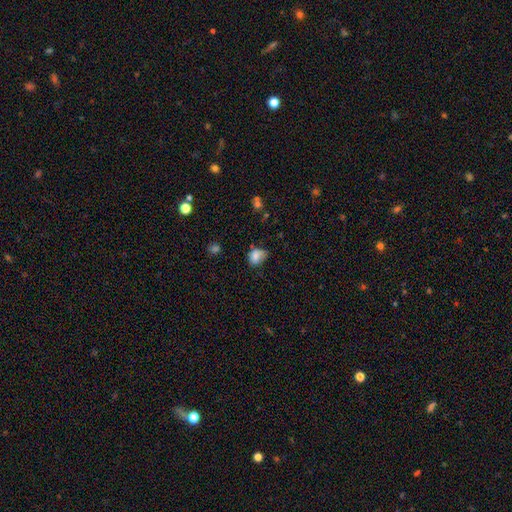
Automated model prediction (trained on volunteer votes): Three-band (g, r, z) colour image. It shows a smooth galaxy with no disk features (78%) that is in between round and cigar-shaped (62%). Merging: none (48%).